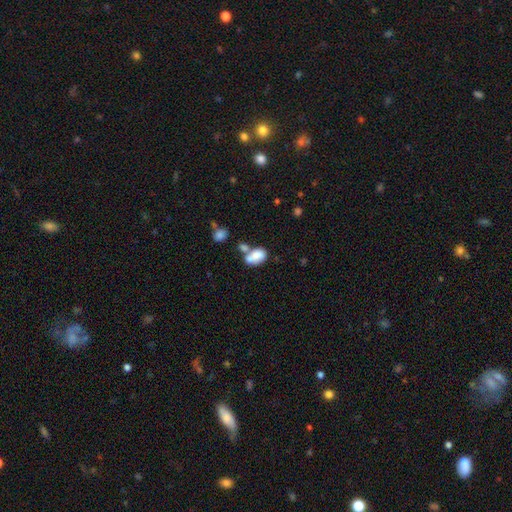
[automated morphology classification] Smooth or featured?
  - smooth: 73% *
  - featured or disk: 19%
  - star or artifact: 9%
How rounded?
  - in between: 86% *
  - round: 12%
  - cigar-shaped: 2%
Merging?
  - merger: 53% *
  - none: 25%
  - minor disturbance: 13%
  - major disturbance: 8%